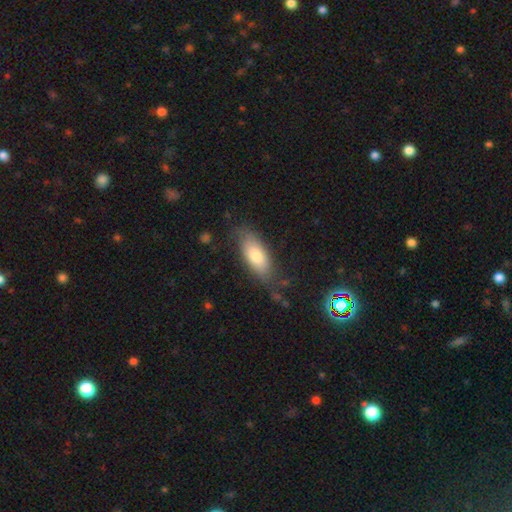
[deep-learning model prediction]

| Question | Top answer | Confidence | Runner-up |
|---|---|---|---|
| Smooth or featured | smooth | 70% | featured or disk (23%) |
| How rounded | in between | 83% | cigar-shaped (14%) |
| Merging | none | 67% | minor disturbance (23%) |